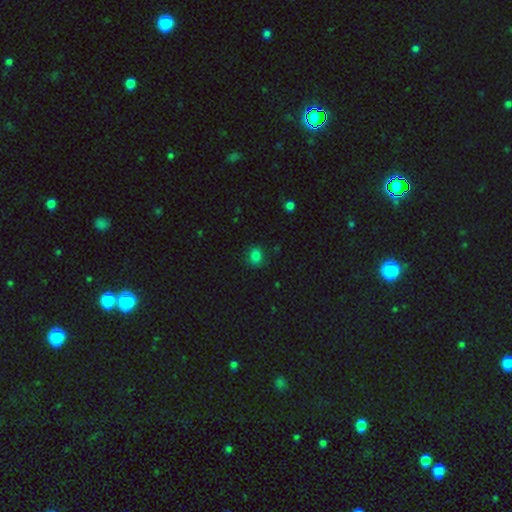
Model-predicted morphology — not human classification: Q: Smooth or featured?
A: smooth (81%); runner-up: star or artifact (14%)
Q: How rounded?
A: round (52%); runner-up: in between (46%)
Q: Merging?
A: none (79%); runner-up: minor disturbance (15%)